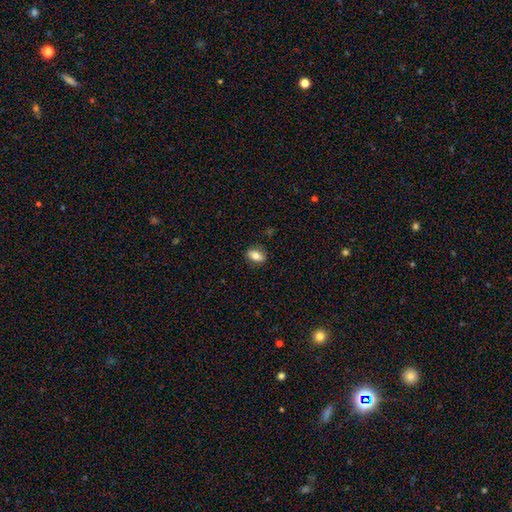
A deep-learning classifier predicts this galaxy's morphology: smooth_or_featured: smooth (p=0.74) [alt: featured or disk p=0.18]
how_rounded: in between (p=0.84) [alt: round p=0.09]
merging: none (p=0.86) [alt: minor disturbance p=0.11]